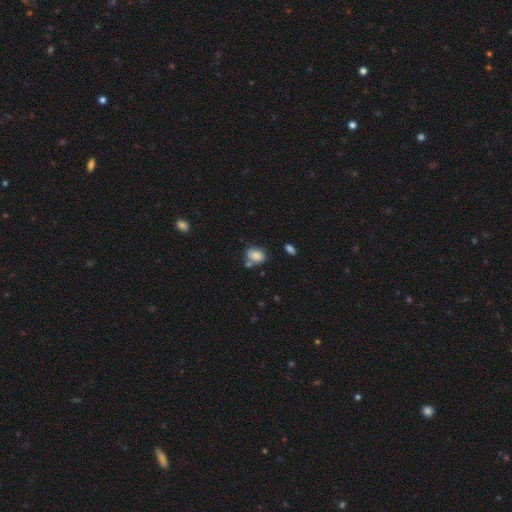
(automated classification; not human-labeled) Morphology: type=smooth (81%); roundness=in between (70%); merging=none (54%).